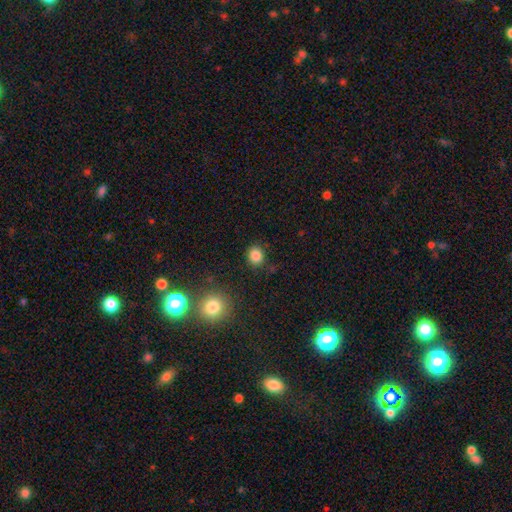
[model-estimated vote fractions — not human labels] A smooth galaxy with no disk features (84%) that is round (73%). Merging: none (85%).